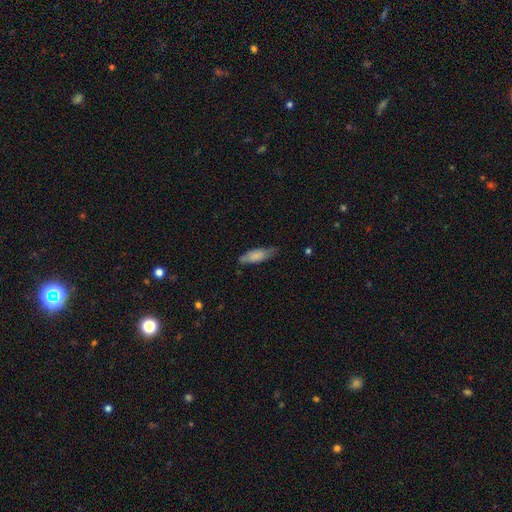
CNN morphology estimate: smooth 76%, featured or disk 18%, star or artifact 6%. Down the decision tree: how rounded — in between (57%); merging — none (68%).